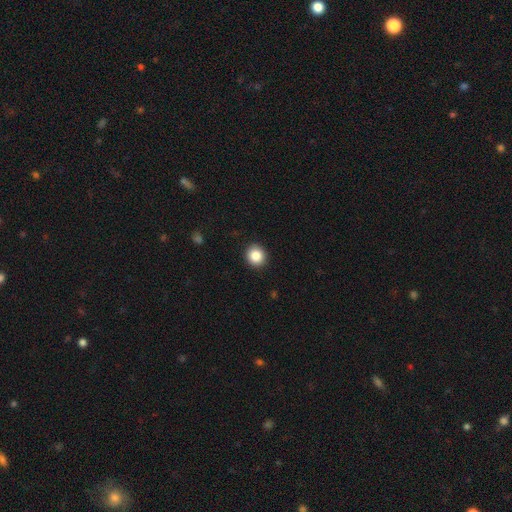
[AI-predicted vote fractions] The model was most divided on "how rounded": round: 87%, in between: 12%, cigar-shaped: 1%. More confident: merging — none (91%); smooth or featured — smooth (87%).